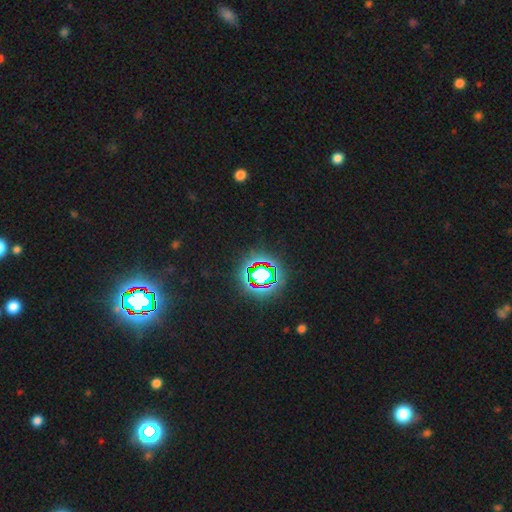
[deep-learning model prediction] A star or artifact, not a galaxy (80%).